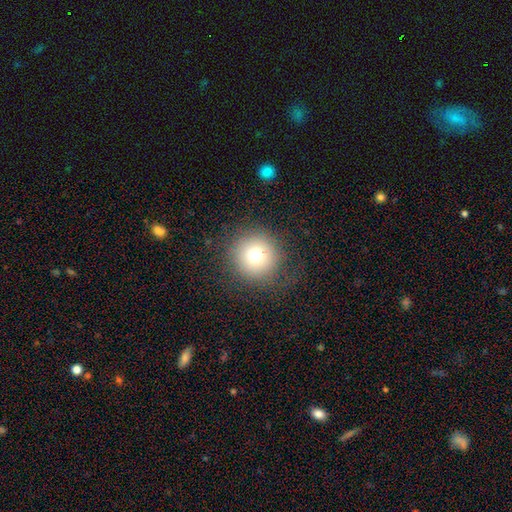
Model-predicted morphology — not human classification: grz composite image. It shows a smooth galaxy with no disk features (72%) that is round (95%). Merging: none (83%).